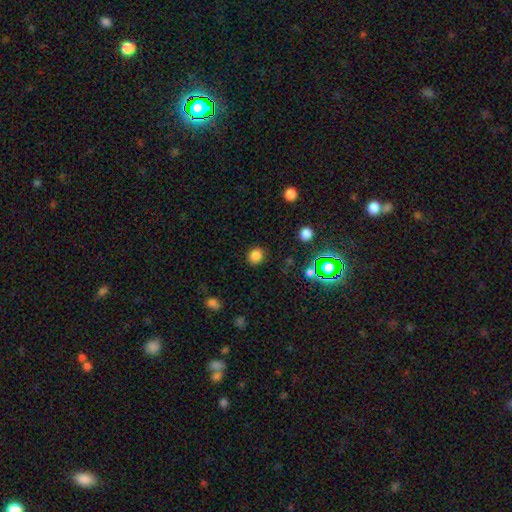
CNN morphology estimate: Smooth or featured: smooth — 81% (star or artifact — 15%)
How rounded: round — 79% (in between — 20%)
Merging: none — 89% (minor disturbance — 7%)